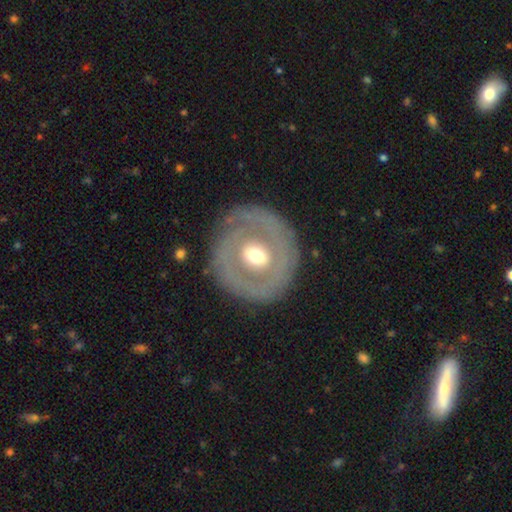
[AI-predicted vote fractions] Overall: featured or disk (62%; smooth 33%). Edge-on disk: no (95%). Bar: no (57%; weak 29%). Spiral arms: no (74%). Bulge size: moderate (67%). Merging: none (82%).